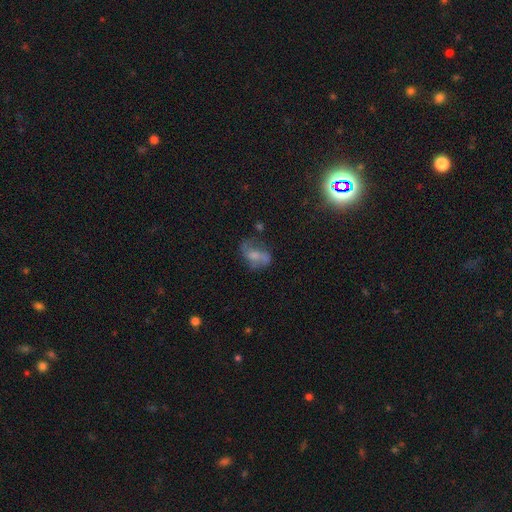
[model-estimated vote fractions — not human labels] A featured or disk galaxy (46%).

Vote fractions:
- Smooth or featured? featured or disk: 46% / smooth: 43% / star or artifact: 12%
- Merging? none: 46% / minor disturbance: 24% / major disturbance: 21% / merger: 9%